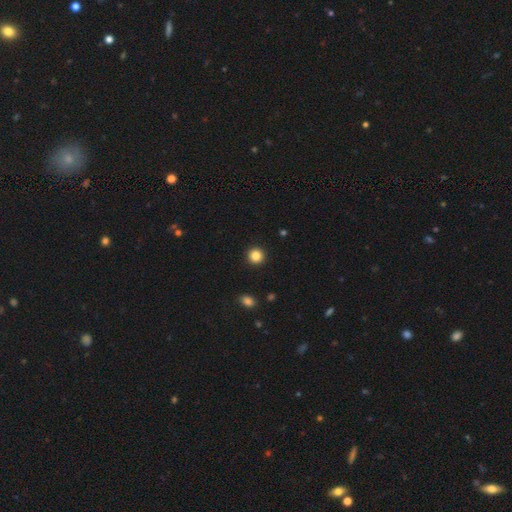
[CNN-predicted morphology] smooth 85%, star or artifact 11%, featured or disk 4%. Down the decision tree: how rounded — round (94%); merging — none (93%).